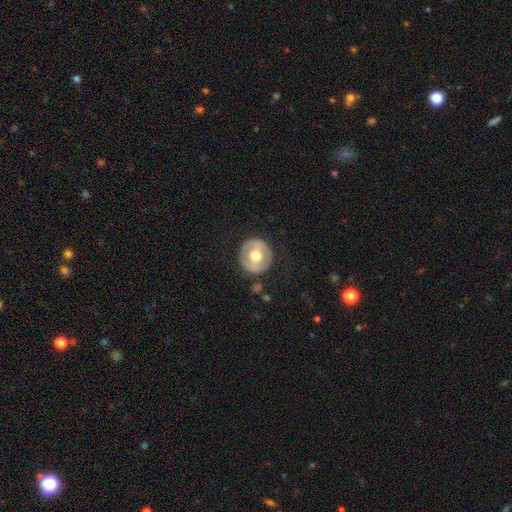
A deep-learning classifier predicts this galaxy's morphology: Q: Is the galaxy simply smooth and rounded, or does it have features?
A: featured or disk — 48%.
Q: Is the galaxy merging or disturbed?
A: none — 86%.